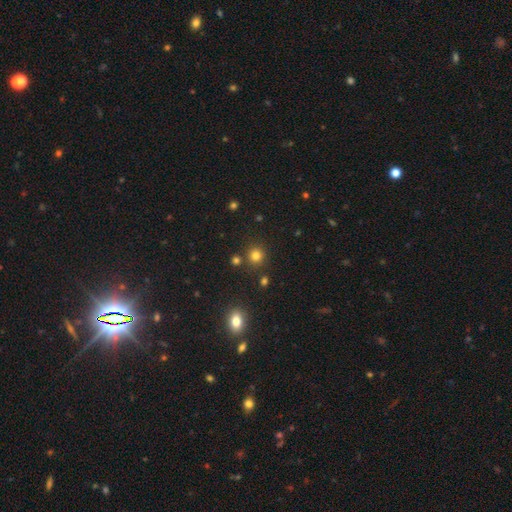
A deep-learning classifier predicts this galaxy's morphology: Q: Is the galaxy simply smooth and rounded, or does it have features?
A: smooth — 79%.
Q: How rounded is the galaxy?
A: round — 91%.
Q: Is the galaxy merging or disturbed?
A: none — 84%.